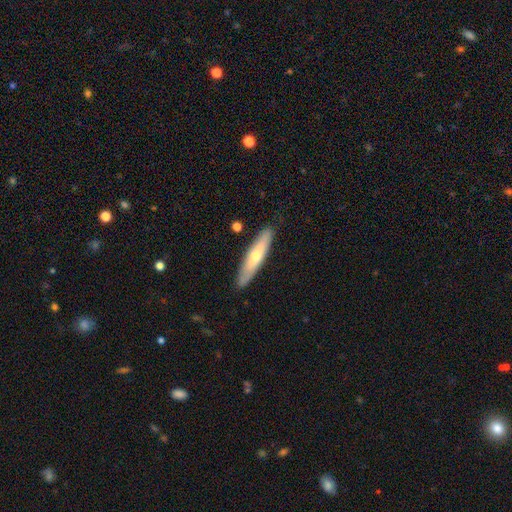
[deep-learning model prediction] This appears to be a smooth galaxy with no disk features (55%) that is cigar-shaped (82%). Merging: none (87%).